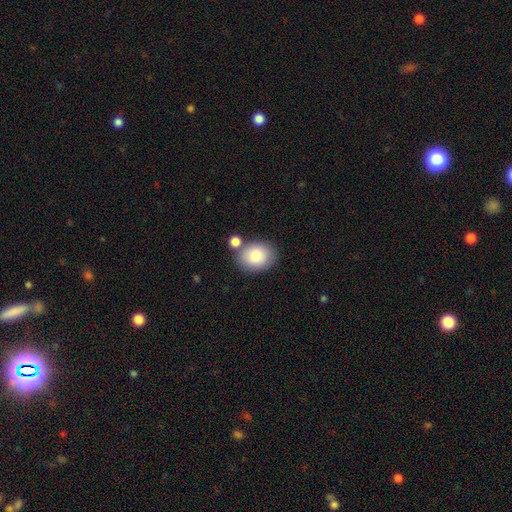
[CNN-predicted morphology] Smooth or featured?
  - smooth: 82% *
  - featured or disk: 11%
  - star or artifact: 7%
How rounded?
  - in between: 50% *
  - round: 49%
  - cigar-shaped: 1%
Merging?
  - none: 70% *
  - merger: 14%
  - minor disturbance: 12%
  - major disturbance: 3%